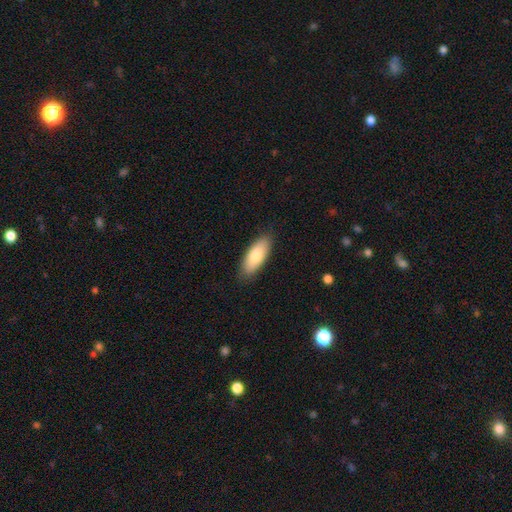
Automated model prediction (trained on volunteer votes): smooth_or_featured: smooth (p=0.78) [alt: featured or disk p=0.17]
how_rounded: in between (p=0.77) [alt: cigar-shaped p=0.21]
merging: none (p=0.87) [alt: minor disturbance p=0.10]